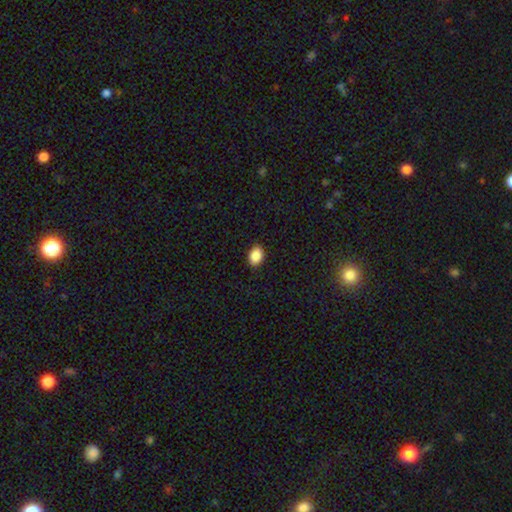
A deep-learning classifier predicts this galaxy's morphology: This is clearly a smooth galaxy (89%). How rounded: likely in between (78%). Merging: clearly none (89%).